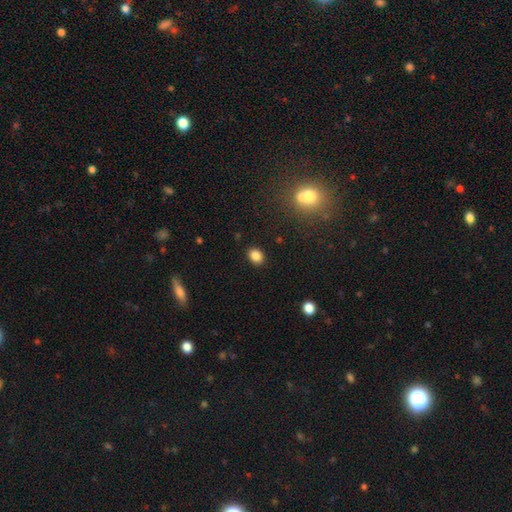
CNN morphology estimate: type=smooth (86%); roundness=in between (61%); merging=none (89%).